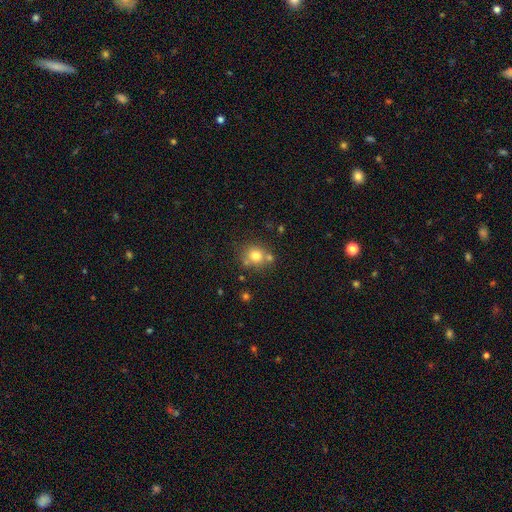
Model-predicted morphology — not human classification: The model was most divided on "merging": none: 66%, merger: 19%, minor disturbance: 11%, major disturbance: 4%. More confident: how rounded — round (85%); smooth or featured — smooth (76%).